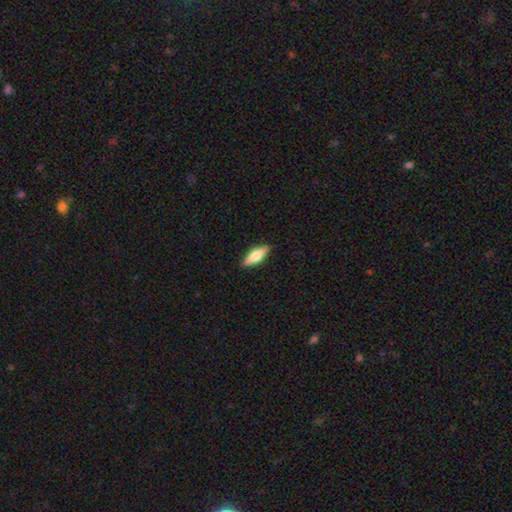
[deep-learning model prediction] Smooth or featured? Predicted: smooth (p=0.61). How rounded? Predicted: in between (p=0.56). Merging? Predicted: none (p=0.89).